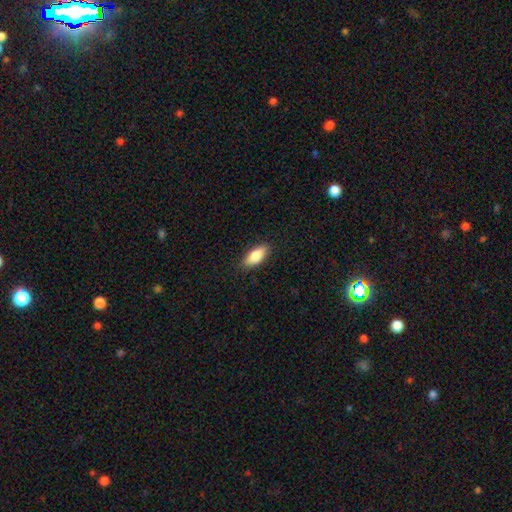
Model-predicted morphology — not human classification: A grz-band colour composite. It shows a smooth galaxy with no disk features (82%) that is in between round and cigar-shaped (82%). Merging: none (87%).